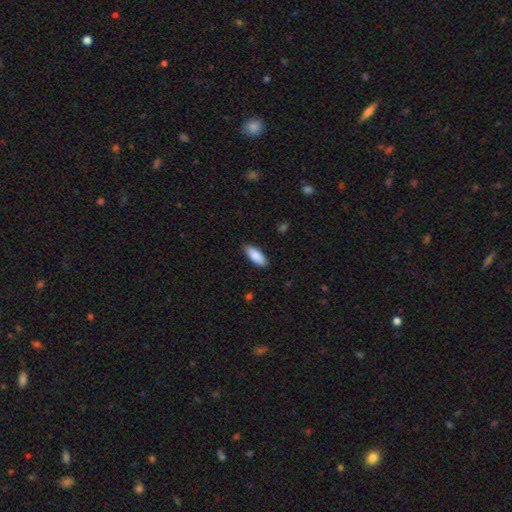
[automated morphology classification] Overall: smooth (88%). How rounded: in between (75%). Merging: none (88%).